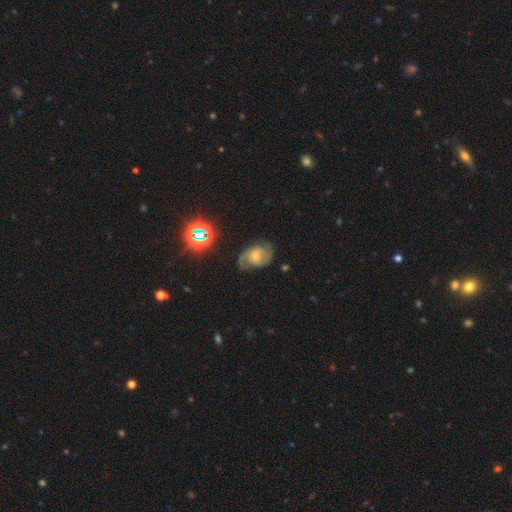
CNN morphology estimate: featured or disk 69%, smooth 19%, star or artifact 12%. Down the decision tree: edge-on disk — no (97%); bar — no (48%); spiral arms — yes (91%); spiral arm count — 2 (76%); spiral winding — medium (49%); bulge size — small (52%); merging — none (60%).